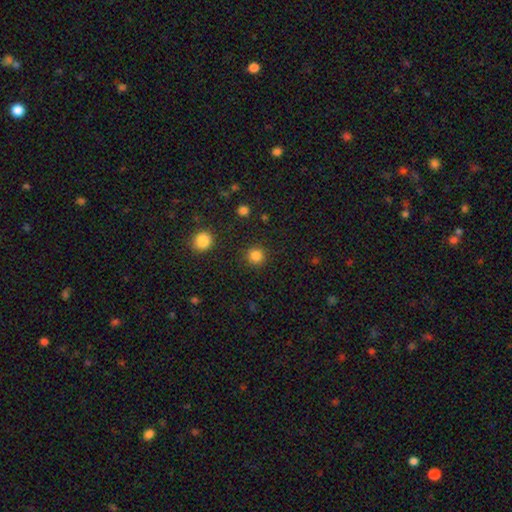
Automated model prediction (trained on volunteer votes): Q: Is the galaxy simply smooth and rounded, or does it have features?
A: smooth — 84%.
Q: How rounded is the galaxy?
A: round — 93%.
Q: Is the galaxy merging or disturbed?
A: none — 89%.